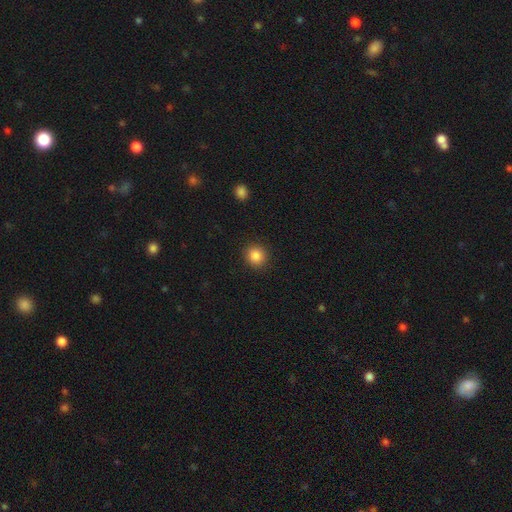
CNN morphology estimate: smooth-or-featured: smooth: 86% | star or artifact: 10% | featured or disk: 4%
  how-rounded: round: 89% | in between: 10% | cigar-shaped: 1%
  merging: none: 91% | minor disturbance: 6% | major disturbance: 2% | merger: 1%